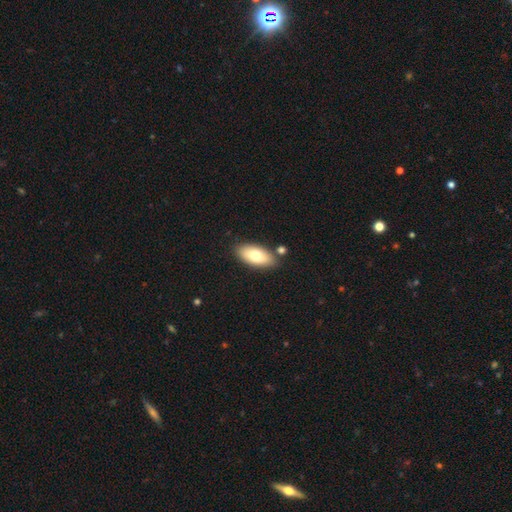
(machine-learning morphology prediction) Smooth or featured?
  - smooth: 74% *
  - featured or disk: 19%
  - star or artifact: 7%
How rounded?
  - in between: 90% *
  - cigar-shaped: 7%
  - round: 3%
Merging?
  - none: 81% *
  - minor disturbance: 10%
  - merger: 7%
  - major disturbance: 2%